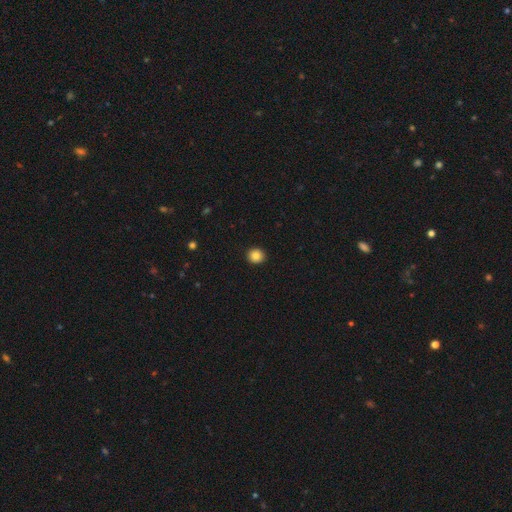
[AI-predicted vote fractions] The model was most divided on "smooth or featured": smooth: 84%, star or artifact: 10%, featured or disk: 6%. More confident: merging — none (93%); how rounded — round (88%).